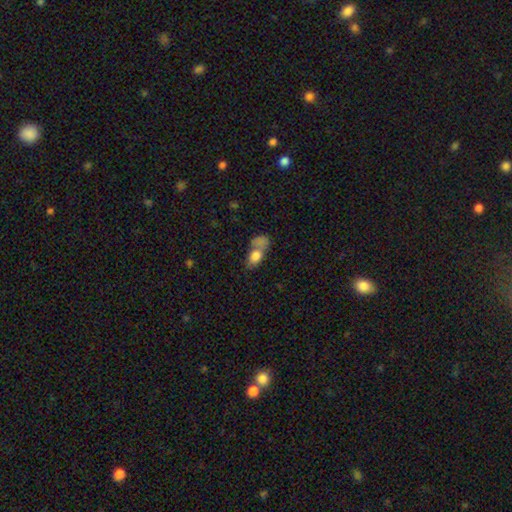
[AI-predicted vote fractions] A smooth galaxy with no disk features (75%) that is in between round and cigar-shaped (79%). Merging: merger (47%).